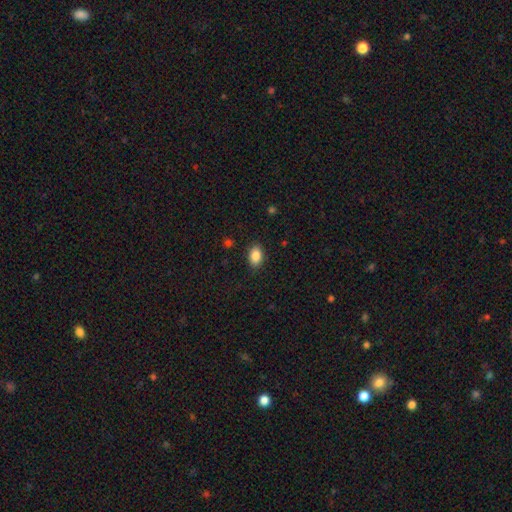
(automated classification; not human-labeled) smooth_or_featured: smooth (p=0.87) [alt: star or artifact p=0.08]
how_rounded: in between (p=0.85) [alt: round p=0.14]
merging: none (p=0.87) [alt: minor disturbance p=0.10]